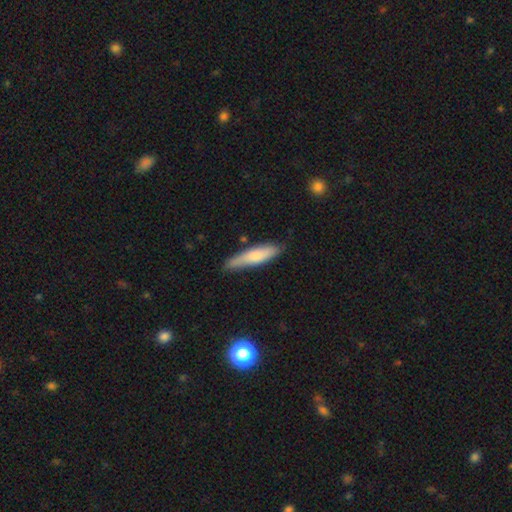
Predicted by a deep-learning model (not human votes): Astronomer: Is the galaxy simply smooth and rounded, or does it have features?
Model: smooth — 73%.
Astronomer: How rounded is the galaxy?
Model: cigar-shaped — 74%.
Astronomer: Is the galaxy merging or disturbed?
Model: none — 74%.